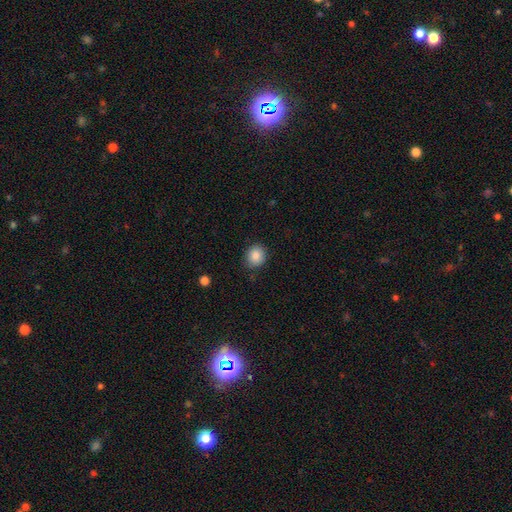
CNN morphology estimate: Smooth or featured: smooth — 87% (star or artifact — 9%)
How rounded: round — 81% (in between — 18%)
Merging: none — 85% (minor disturbance — 11%)